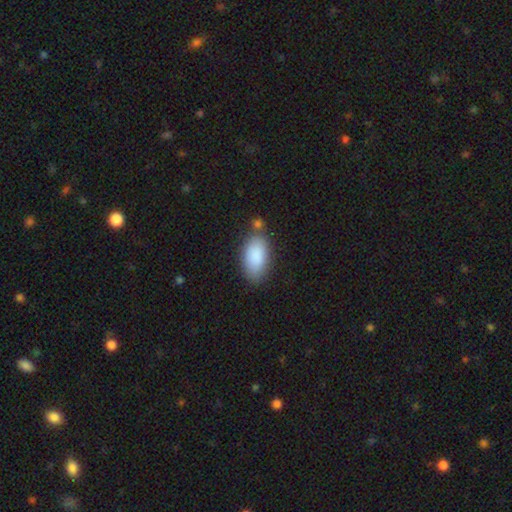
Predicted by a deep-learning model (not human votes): The model was most divided on "merging": none: 71%, minor disturbance: 15%, merger: 10%, major disturbance: 4%. More confident: how rounded — in between (94%); smooth or featured — smooth (88%).